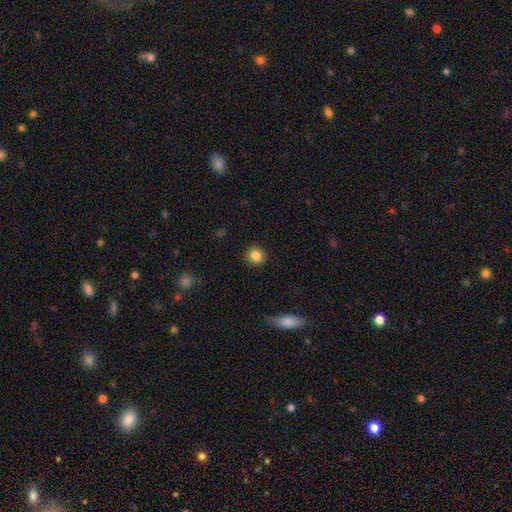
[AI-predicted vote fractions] Overall: smooth (84%). How rounded: round (91%). Merging: none (91%).